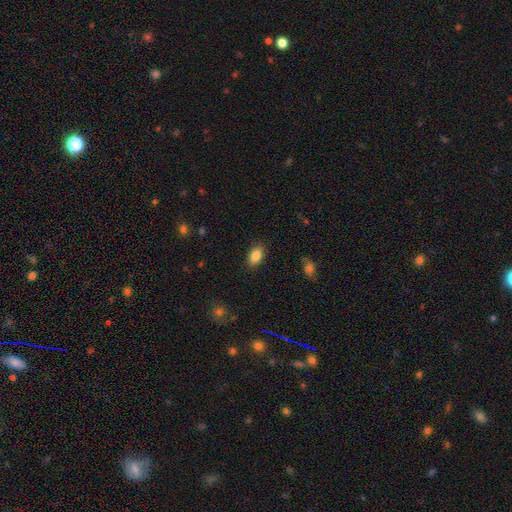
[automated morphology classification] smooth 86%, star or artifact 8%, featured or disk 6%. Down the decision tree: how rounded — in between (90%); merging — none (86%).